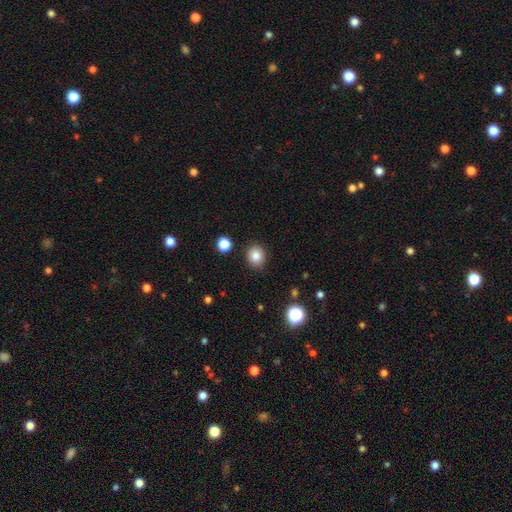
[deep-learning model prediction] Smooth or featured? smooth (84%)
How rounded? round (78%)
Merging? none (88%)